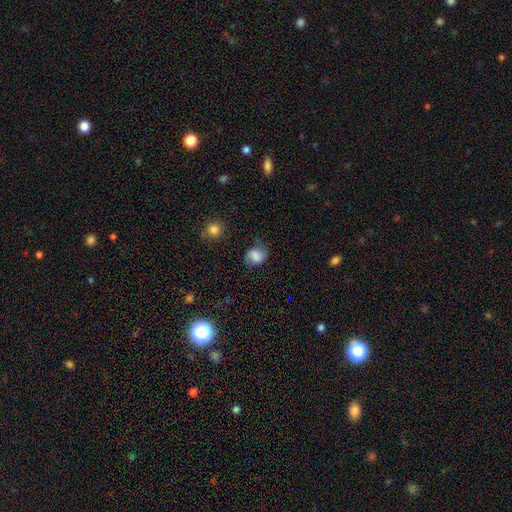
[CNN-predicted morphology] Overall: smooth (71%). How rounded: round (56%; in between 43%). Merging: none (58%; minor disturbance 28%).